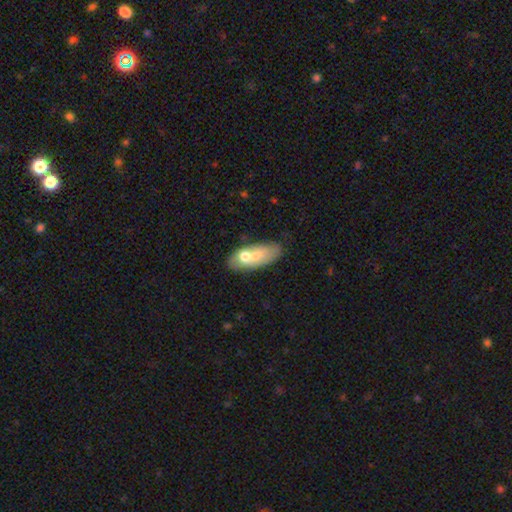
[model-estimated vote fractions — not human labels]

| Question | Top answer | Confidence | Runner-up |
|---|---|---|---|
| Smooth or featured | smooth | 62% | featured or disk (31%) |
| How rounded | in between | 81% | cigar-shaped (14%) |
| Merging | none | 38% | tied: merger (38%) |